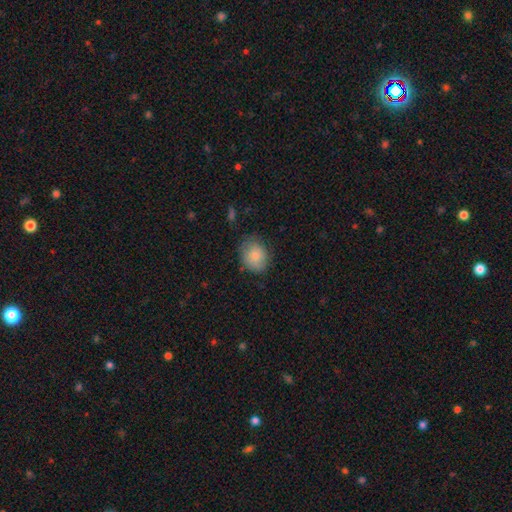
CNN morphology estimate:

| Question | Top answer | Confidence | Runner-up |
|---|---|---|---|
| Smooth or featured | smooth | 81% | featured or disk (11%) |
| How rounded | round | 55% | in between (44%) |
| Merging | none | 71% | minor disturbance (22%) |